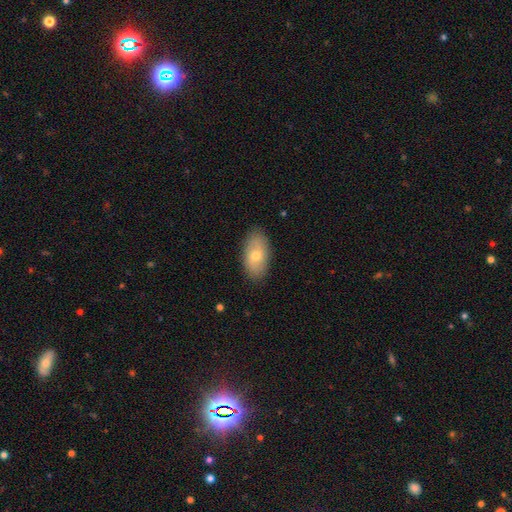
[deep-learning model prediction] Smooth or featured: smooth — 65% (featured or disk — 28%)
How rounded: in between — 92% (round — 5%)
Merging: none — 86% (minor disturbance — 11%)